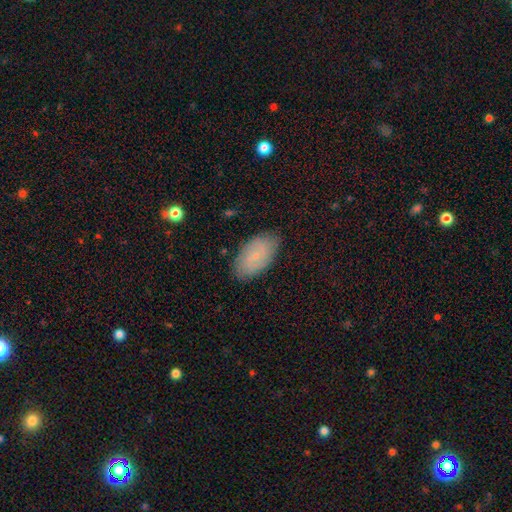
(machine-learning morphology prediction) smooth 58%, featured or disk 34%, star or artifact 8%. Down the decision tree: how rounded — in between (94%); merging — none (83%).